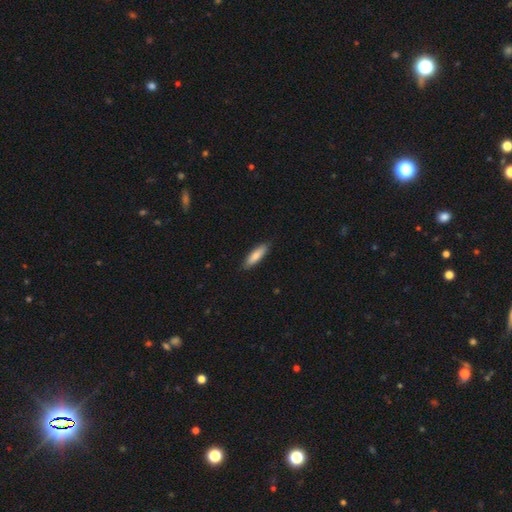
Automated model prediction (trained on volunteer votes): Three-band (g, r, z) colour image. It shows a smooth galaxy with no disk features (81%) that is cigar-shaped (60%). Merging: none (87%).